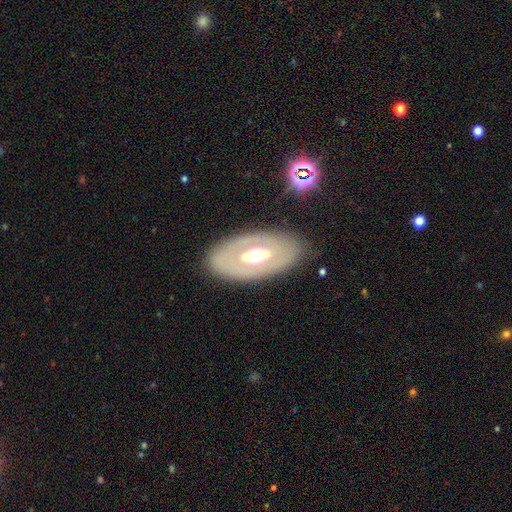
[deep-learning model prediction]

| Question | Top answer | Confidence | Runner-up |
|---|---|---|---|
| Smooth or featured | featured or disk | 62% | smooth (32%) |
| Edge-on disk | no | 87% | yes (13%) |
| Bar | no | 67% | weak (20%) |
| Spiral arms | no | 88% | yes (12%) |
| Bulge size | moderate | 68% | large (21%) |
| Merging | none | 82% | minor disturbance (12%) |